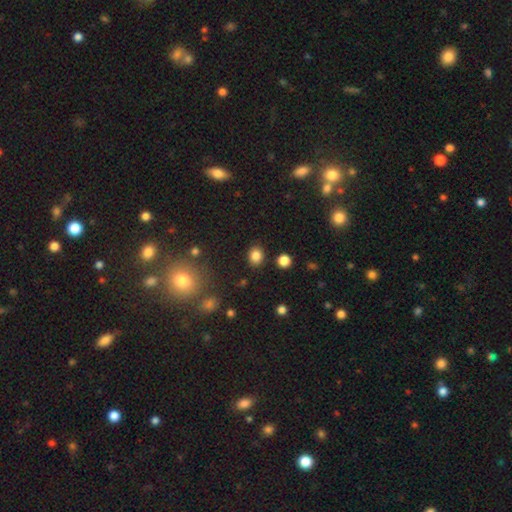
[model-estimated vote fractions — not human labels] Smooth or featured? Predicted: smooth (p=0.83). How rounded? Predicted: round (p=0.59). Merging? Predicted: none (p=0.86).